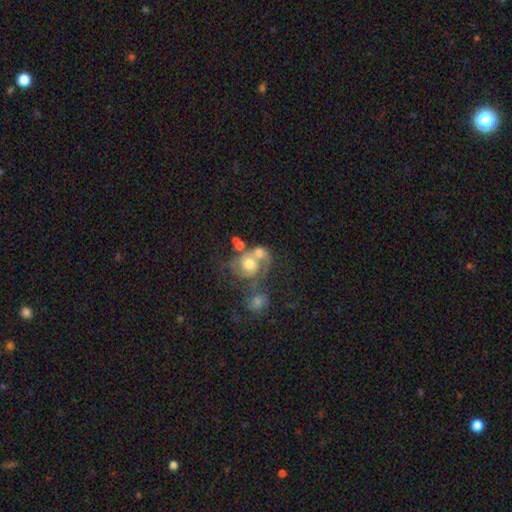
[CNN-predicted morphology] Smooth or featured: featured or disk — 59% (smooth — 32%)
Edge-on disk: no — 97% (yes — 3%)
Bar: no — 81% (weak — 16%)
Spiral arms: yes — 67% (no — 33%)
Bulge size: moderate — 61% (large — 20%)
Merging: merger — 56% (none — 20%)